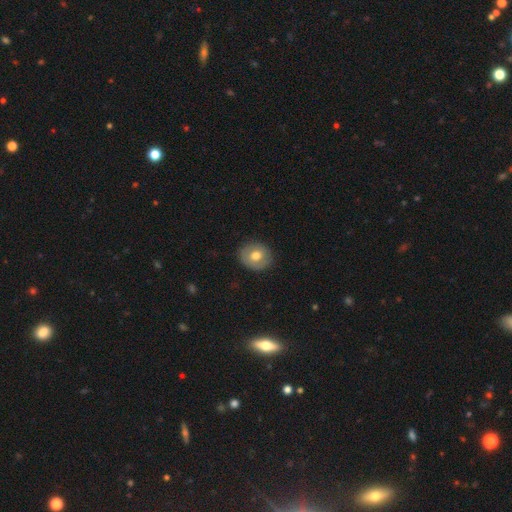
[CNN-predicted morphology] smooth-or-featured: smooth: 69% | featured or disk: 24% | star or artifact: 7%
  how-rounded: round: 77% | in between: 22% | cigar-shaped: 1%
  merging: none: 86% | minor disturbance: 11% | major disturbance: 3% | merger: 1%